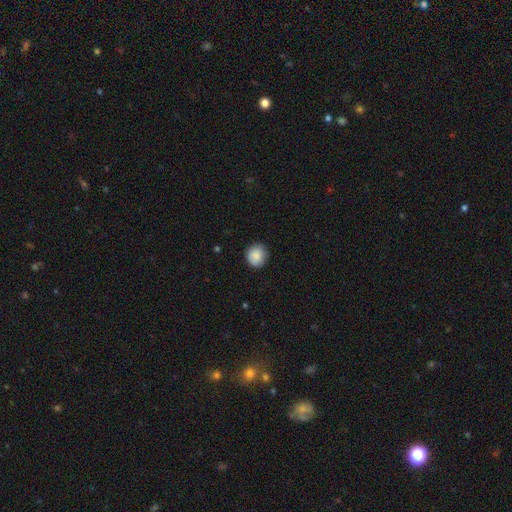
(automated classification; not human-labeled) The model was most divided on "merging": none: 86%, minor disturbance: 11%, major disturbance: 2%, merger: 1%. More confident: smooth or featured — smooth (88%); how rounded — round (87%).